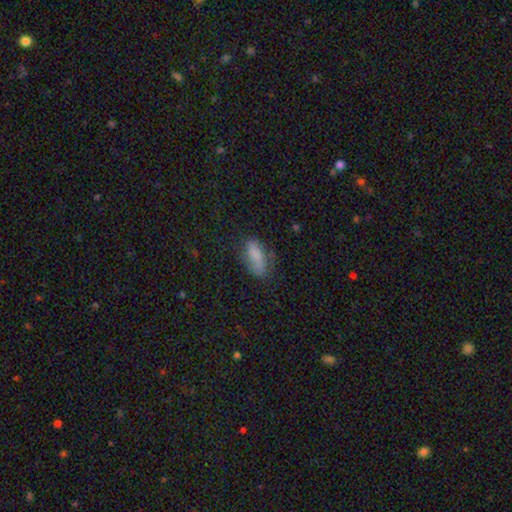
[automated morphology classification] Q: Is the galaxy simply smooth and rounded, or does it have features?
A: smooth — 75%.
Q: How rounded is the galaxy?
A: in between — 81%.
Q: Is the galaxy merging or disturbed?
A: none — 60%.